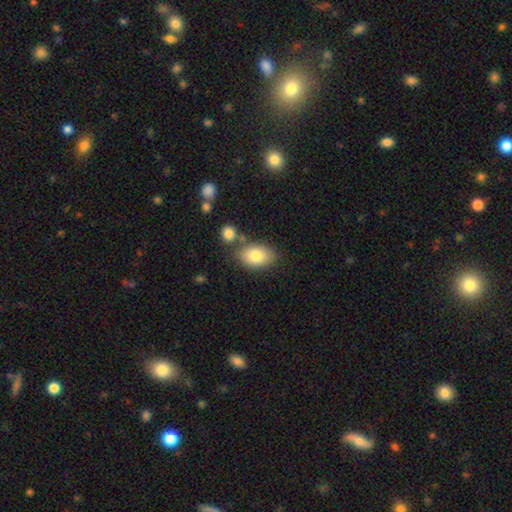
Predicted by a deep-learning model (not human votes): A smooth galaxy with no disk features (81%) that is in between round and cigar-shaped (88%).

Vote fractions:
- Smooth or featured? smooth: 81% / featured or disk: 12% / star or artifact: 7%
- How rounded? in between: 88% / round: 11% / cigar-shaped: 1%
- Merging? none: 70% / minor disturbance: 13% / merger: 13% / major disturbance: 4%